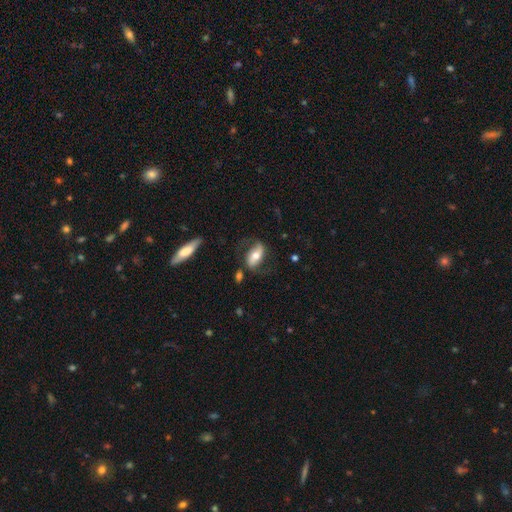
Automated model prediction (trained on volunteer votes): Smooth or featured? featured or disk (54%)
Edge-on disk? no (88%)
Merging? none (61%)